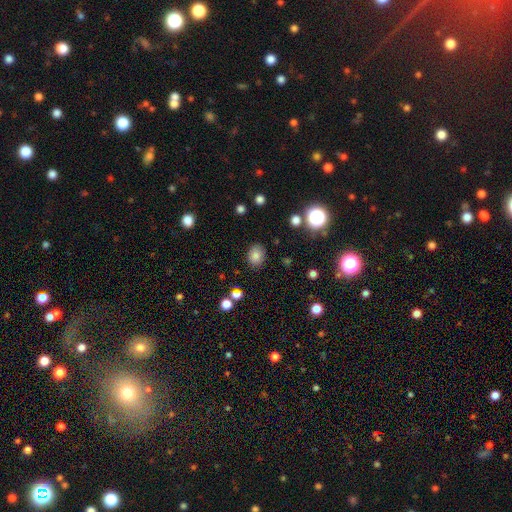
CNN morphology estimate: Smooth or featured? Predicted: smooth (p=0.81). How rounded? Predicted: round (p=0.50). Merging? Predicted: none (p=0.85).